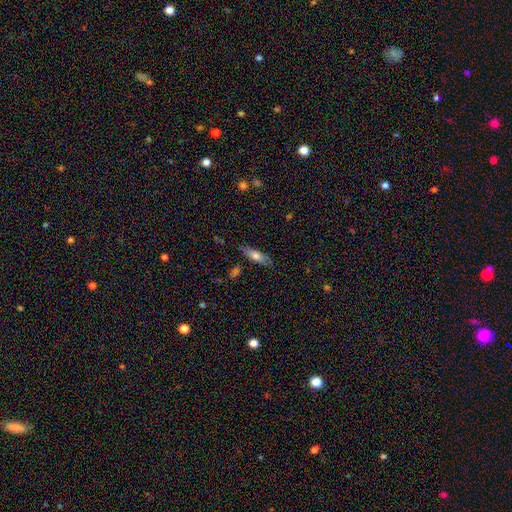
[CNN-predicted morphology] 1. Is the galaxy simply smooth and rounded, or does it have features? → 66% smooth, 27% featured or disk, 7% star or artifact.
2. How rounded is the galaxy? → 59% cigar-shaped, 39% in between, 2% round.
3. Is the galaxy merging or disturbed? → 79% none, 15% minor disturbance, 3% major disturbance, 3% merger.